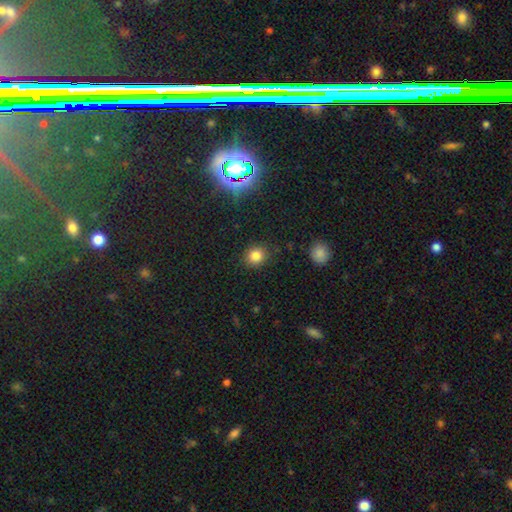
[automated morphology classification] Smooth or featured? smooth (82%)
How rounded? round (80%)
Merging? none (88%)